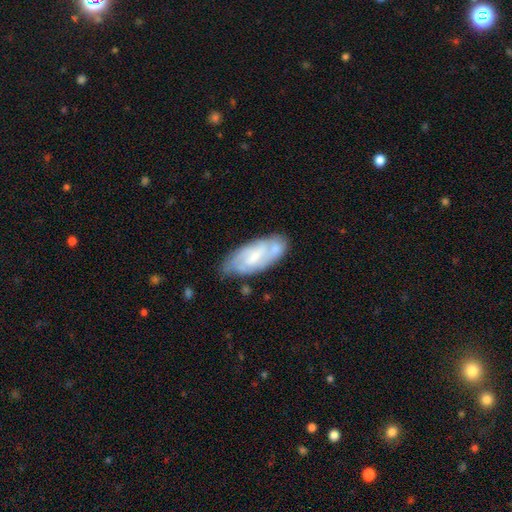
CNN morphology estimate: Q: Smooth or featured?
A: featured or disk (66%); runner-up: smooth (28%)
Q: Edge-on disk?
A: no (91%); runner-up: yes (9%)
Q: Bar?
A: weak (49%); runner-up: no (32%)
Q: Spiral arms?
A: yes (82%); runner-up: no (18%)
Q: Bulge size?
A: small (57%); runner-up: moderate (31%)
Q: Merging?
A: none (63%); runner-up: minor disturbance (23%)